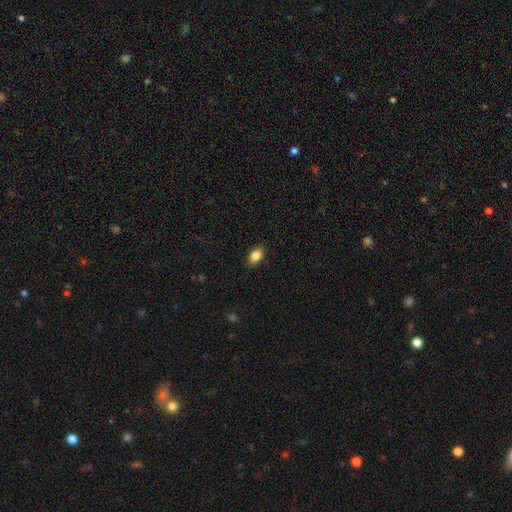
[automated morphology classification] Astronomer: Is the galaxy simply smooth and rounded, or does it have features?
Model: smooth — 86%.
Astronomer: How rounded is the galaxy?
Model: in between — 87%.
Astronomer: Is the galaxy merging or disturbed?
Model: none — 86%.